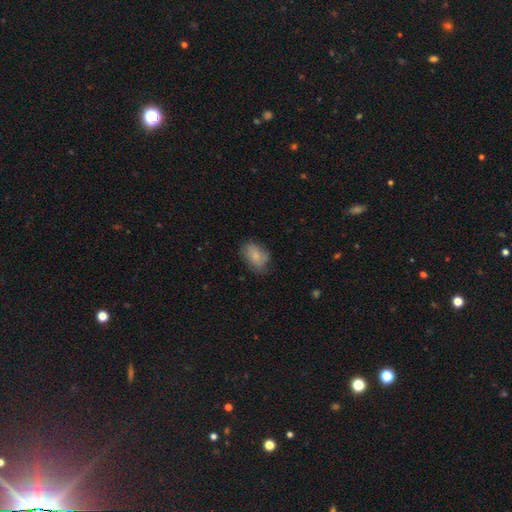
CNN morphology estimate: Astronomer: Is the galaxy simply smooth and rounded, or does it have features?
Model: smooth — 76%.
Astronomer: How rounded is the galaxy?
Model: in between — 82%.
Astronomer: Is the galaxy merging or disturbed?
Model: none — 65%.